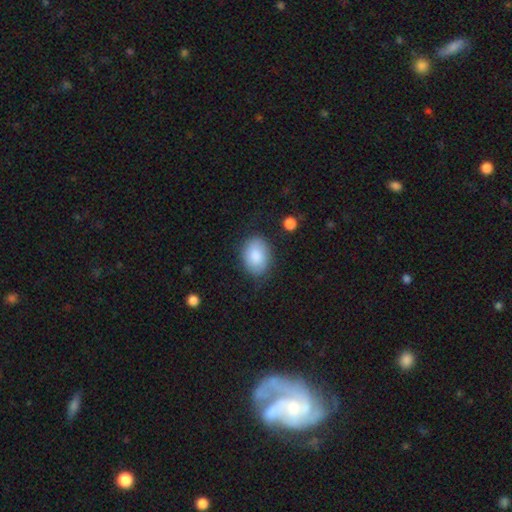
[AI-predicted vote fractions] Smooth or featured? Predicted: smooth (p=0.85). How rounded? Predicted: in between (p=0.78). Merging? Predicted: none (p=0.78).